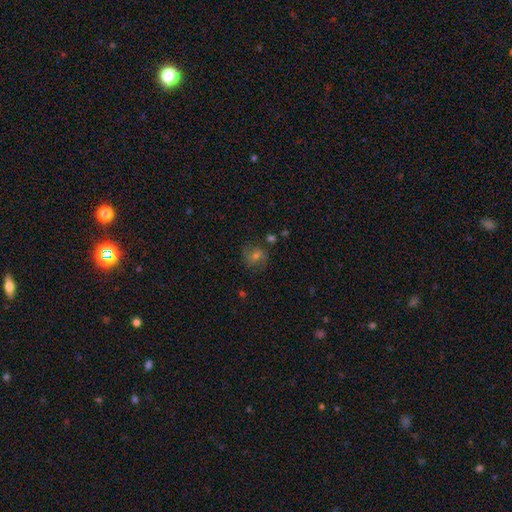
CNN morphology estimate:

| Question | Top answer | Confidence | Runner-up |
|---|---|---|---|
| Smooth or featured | featured or disk | 43% | smooth (36%) |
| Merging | none | 75% | minor disturbance (15%) |